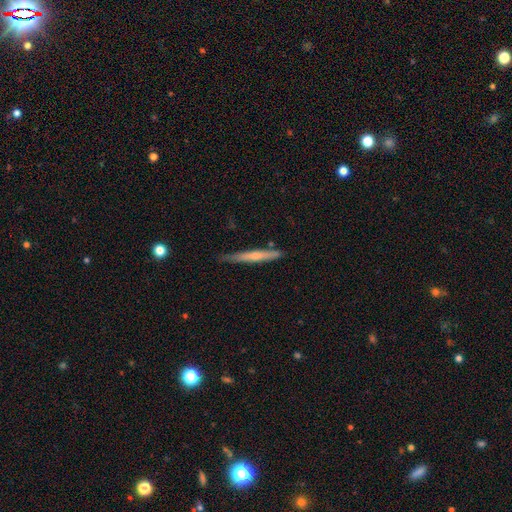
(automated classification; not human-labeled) Smooth or featured: featured or disk — 48% (smooth — 46%)
Merging: none — 79% (minor disturbance — 16%)